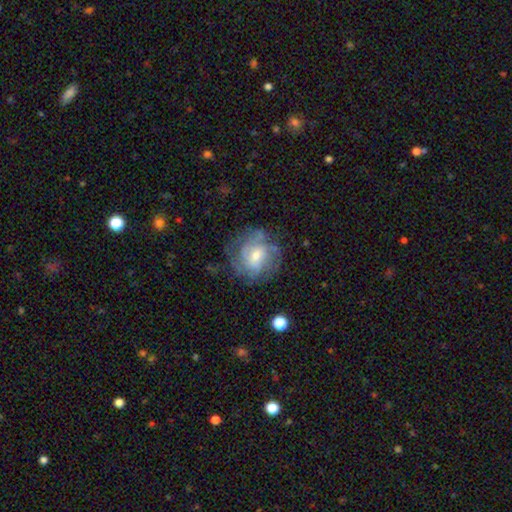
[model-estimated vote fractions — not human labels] Smooth or featured? featured or disk (68%)
Edge-on disk? no (97%)
Bar? no (55%)
Spiral arms? yes (83%)
Spiral winding? tight (51%)
Spiral arm count? can't tell (47%)
Bulge size? moderate (49%)
Merging? none (68%)